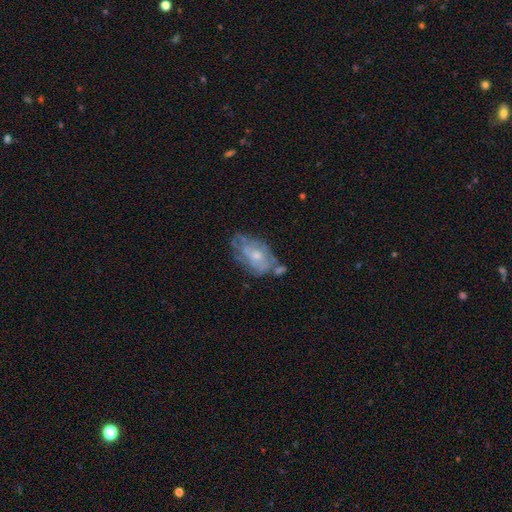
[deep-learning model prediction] Smooth or featured? Predicted: featured or disk (p=0.66). Edge-on disk? Predicted: no (p=0.95). Bar? Predicted: no (p=0.73). Spiral arms? Predicted: yes (p=0.60). Bulge size? Predicted: small (p=0.52). Merging? Predicted: none (p=0.43).